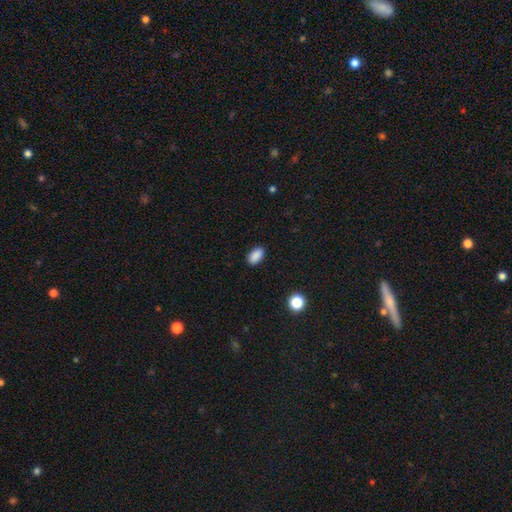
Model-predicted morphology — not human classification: smooth 89%, star or artifact 9%, featured or disk 3%. Down the decision tree: how rounded — in between (92%); merging — none (89%).